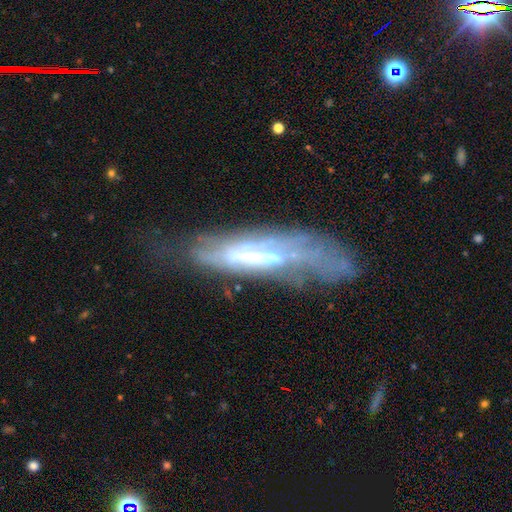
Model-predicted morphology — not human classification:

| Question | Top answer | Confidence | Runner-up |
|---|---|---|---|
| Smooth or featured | featured or disk | 67% | smooth (22%) |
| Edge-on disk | no | 52% | yes (48%) |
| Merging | none | 41% | major disturbance (28%) |